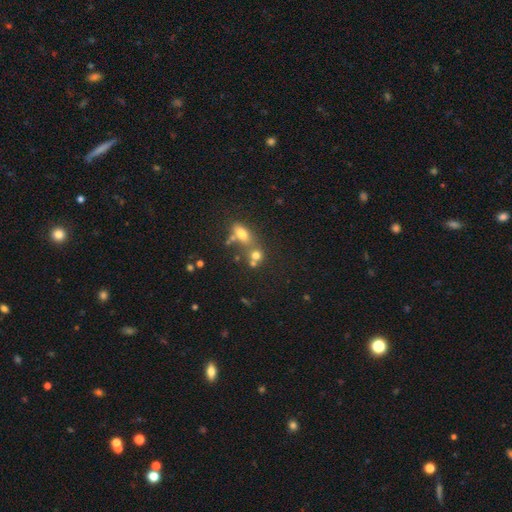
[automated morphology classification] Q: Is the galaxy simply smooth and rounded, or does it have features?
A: smooth — 68%.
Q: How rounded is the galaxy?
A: round — 68%.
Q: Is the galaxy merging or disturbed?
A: merger — 44%.